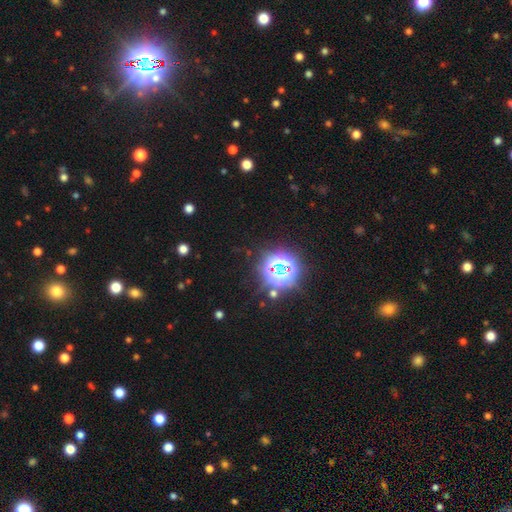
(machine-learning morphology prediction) smooth_or_featured: star or artifact (p=0.80) [alt: smooth p=0.13]